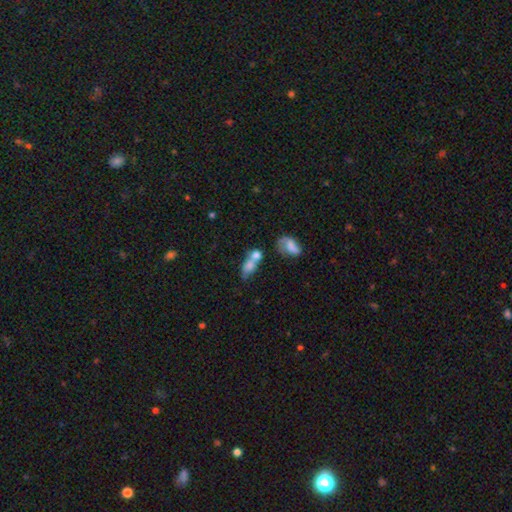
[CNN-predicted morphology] smooth-or-featured: smooth: 69% | featured or disk: 20% | star or artifact: 11%
  how-rounded: in between: 64% | round: 26% | cigar-shaped: 10%
  merging: merger: 55% | none: 25% | minor disturbance: 11% | major disturbance: 9%